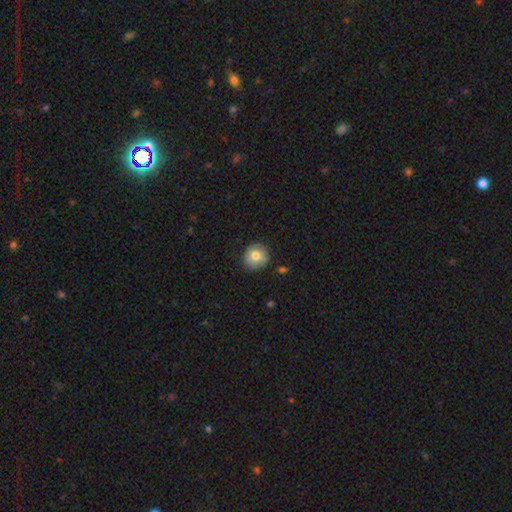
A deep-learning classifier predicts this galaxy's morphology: This is likely a smooth galaxy (74%). How rounded: clearly round (82%). Merging: likely none (76%).